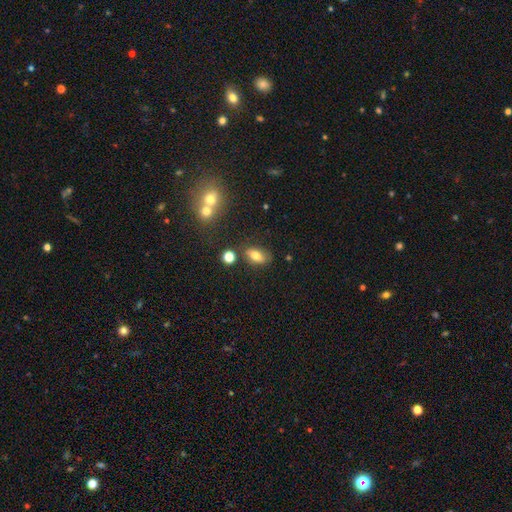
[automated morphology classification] This is likely a smooth galaxy (75%). How rounded: clearly in between (85%). Merging: likely none (74%).